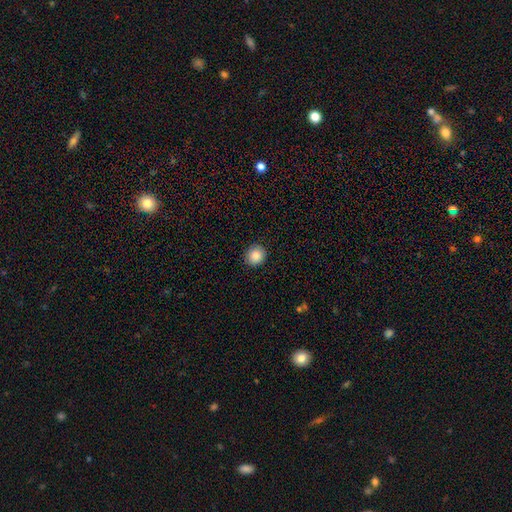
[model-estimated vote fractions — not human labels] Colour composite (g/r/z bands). It shows a smooth galaxy with no disk features (87%) that is round (83%). Merging: none (91%).